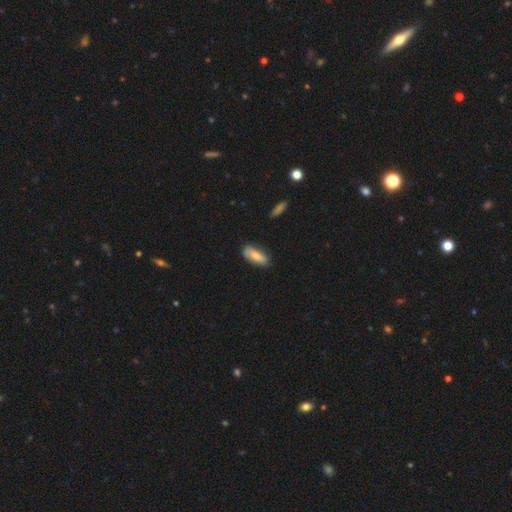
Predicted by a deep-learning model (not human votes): This is likely a smooth galaxy (80%). How rounded: likely in between (76%). Merging: likely none (77%).